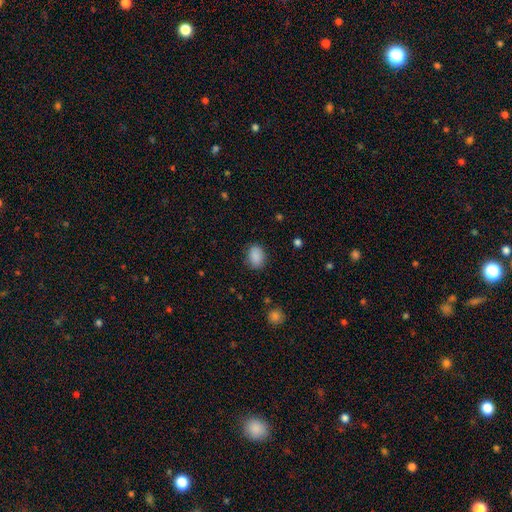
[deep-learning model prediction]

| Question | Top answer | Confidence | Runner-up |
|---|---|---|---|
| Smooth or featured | smooth | 88% | star or artifact (8%) |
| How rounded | in between | 73% | round (26%) |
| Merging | none | 82% | minor disturbance (14%) |